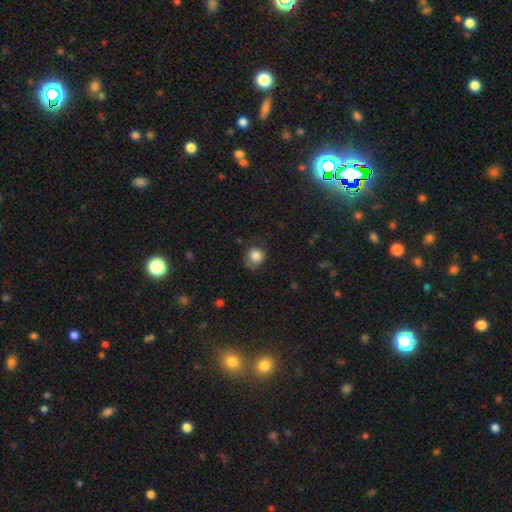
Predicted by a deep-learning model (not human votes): Overall: smooth (83%). How rounded: round (75%). Merging: none (59%; minor disturbance 27%).